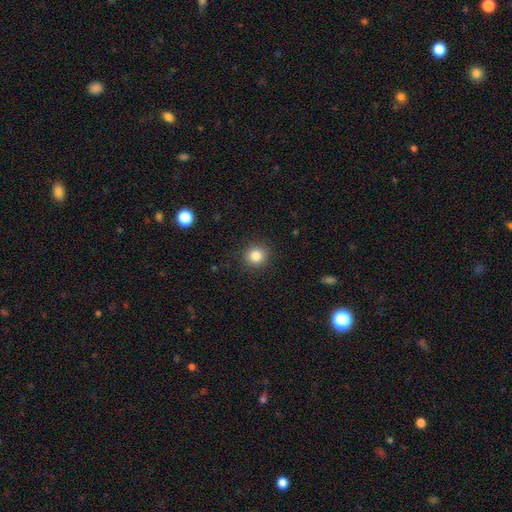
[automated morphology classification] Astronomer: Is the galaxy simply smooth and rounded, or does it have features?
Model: smooth — 84%.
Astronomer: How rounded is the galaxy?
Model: round — 91%.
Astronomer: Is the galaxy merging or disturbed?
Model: none — 90%.